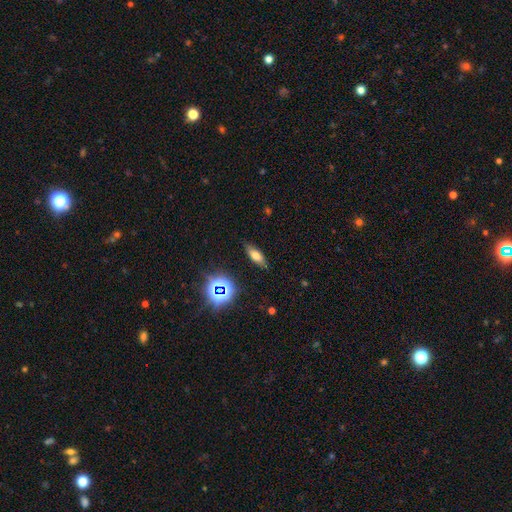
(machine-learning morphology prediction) Smooth or featured?
  - smooth: 61% *
  - featured or disk: 23%
  - star or artifact: 17%
How rounded?
  - in between: 64% *
  - cigar-shaped: 31%
  - round: 5%
Merging?
  - none: 84% *
  - minor disturbance: 11%
  - major disturbance: 3%
  - merger: 2%